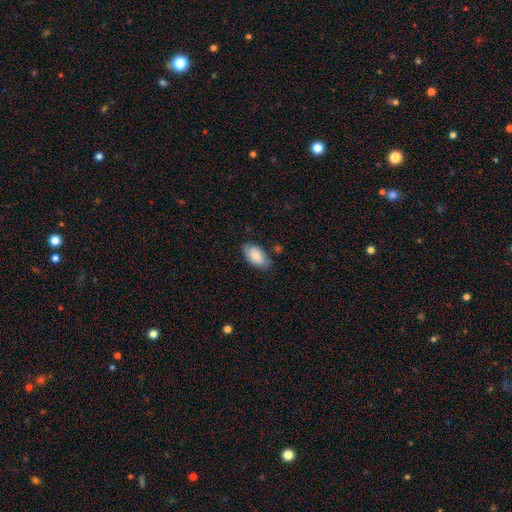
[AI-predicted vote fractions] smooth_or_featured: smooth (p=0.79) [alt: featured or disk p=0.15]
how_rounded: in between (p=0.94) [alt: round p=0.04]
merging: none (p=0.73) [alt: minor disturbance p=0.20]